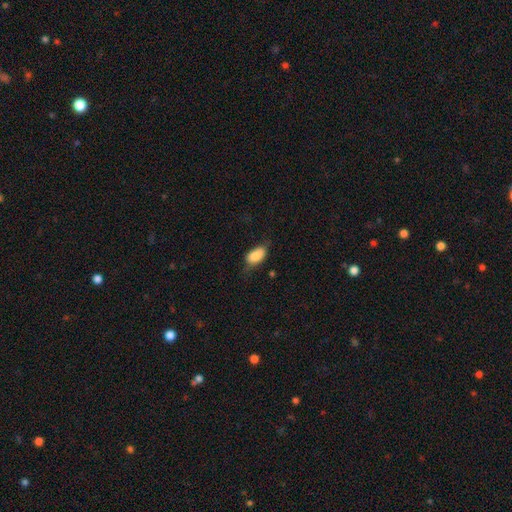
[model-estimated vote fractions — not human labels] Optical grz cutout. It shows a smooth galaxy with no disk features (83%) that is in between round and cigar-shaped (91%). Merging: none (60%).